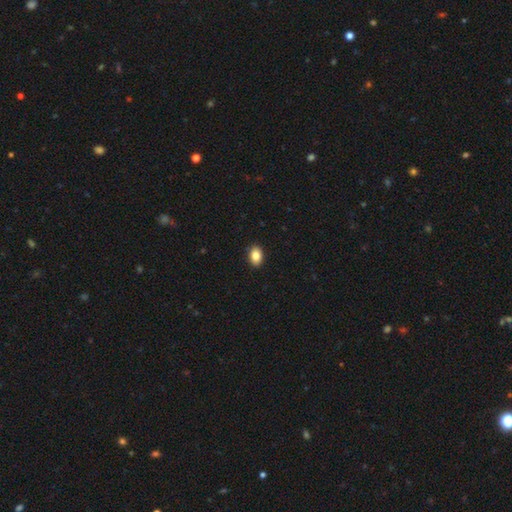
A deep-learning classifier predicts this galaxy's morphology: A smooth galaxy with no disk features (85%) that is in between round and cigar-shaped (84%). Merging: none (90%).